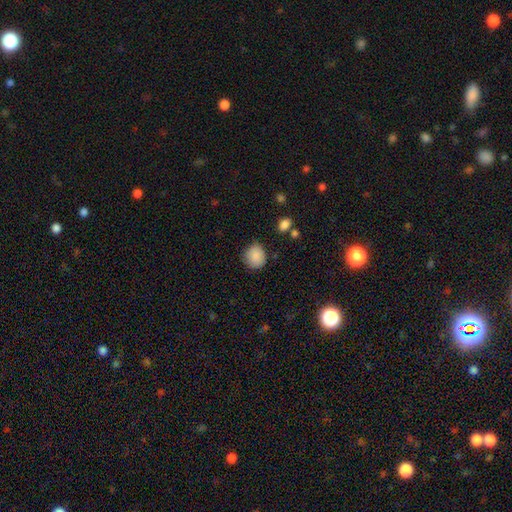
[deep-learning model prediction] smooth-or-featured: smooth: 87% | star or artifact: 8% | featured or disk: 4%
  how-rounded: round: 78% | in between: 21% | cigar-shaped: 1%
  merging: none: 73% | minor disturbance: 20% | major disturbance: 4% | merger: 2%